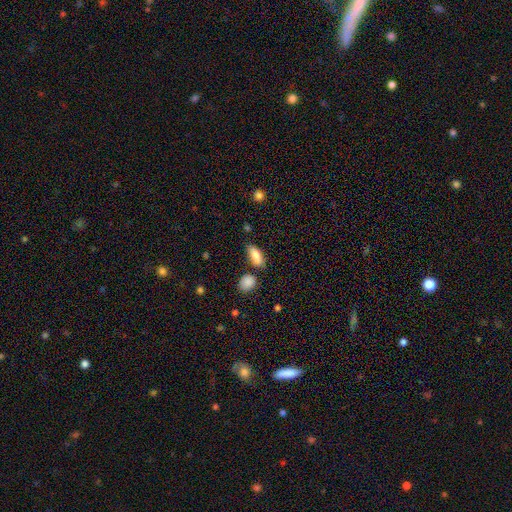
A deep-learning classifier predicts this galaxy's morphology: Q: Smooth or featured?
A: smooth (83%); runner-up: featured or disk (10%)
Q: How rounded?
A: in between (83%); runner-up: cigar-shaped (14%)
Q: Merging?
A: none (72%); runner-up: minor disturbance (16%)